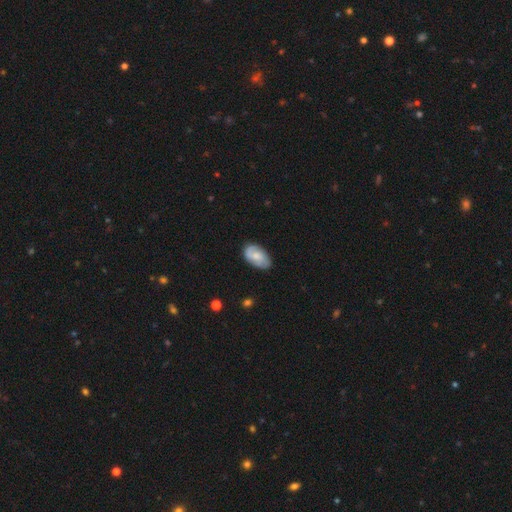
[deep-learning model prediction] smooth-or-featured: smooth: 52% | featured or disk: 42% | star or artifact: 6%
  how-rounded: in between: 93% | round: 6% | cigar-shaped: 2%
  merging: none: 76% | minor disturbance: 19% | major disturbance: 4% | merger: 1%